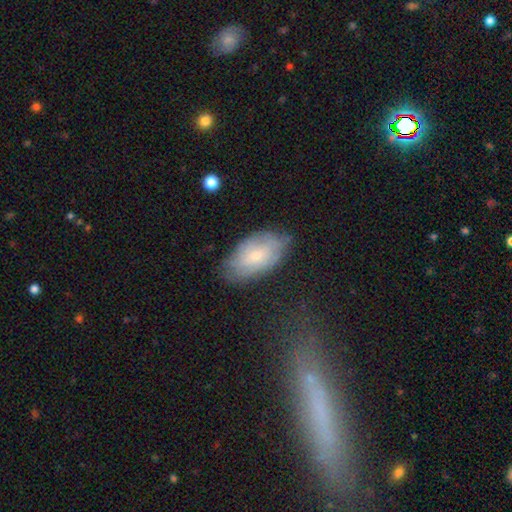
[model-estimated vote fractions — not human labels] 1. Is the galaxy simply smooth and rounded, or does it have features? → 54% smooth, 38% featured or disk, 8% star or artifact.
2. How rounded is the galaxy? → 94% in between, 3% round, 3% cigar-shaped.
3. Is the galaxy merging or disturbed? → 71% none, 22% minor disturbance, 5% major disturbance, 2% merger.